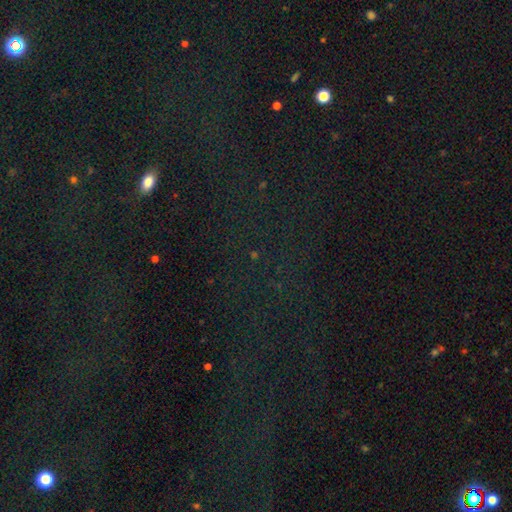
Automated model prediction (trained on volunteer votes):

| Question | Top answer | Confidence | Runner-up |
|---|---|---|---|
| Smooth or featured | star or artifact | 76% | smooth (14%) |